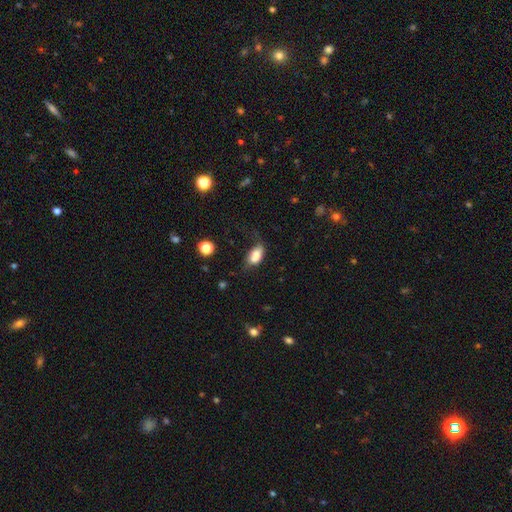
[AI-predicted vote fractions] Smooth or featured? smooth (79%)
How rounded? in between (90%)
Merging? none (46%)